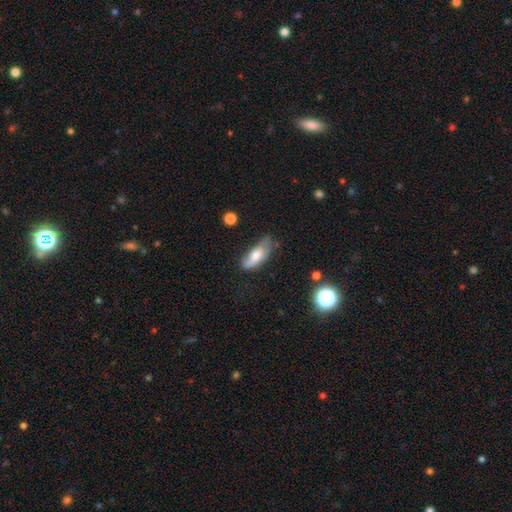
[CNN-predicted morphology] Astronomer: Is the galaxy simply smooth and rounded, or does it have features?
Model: smooth — 66%.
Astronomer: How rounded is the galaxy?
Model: in between — 74%.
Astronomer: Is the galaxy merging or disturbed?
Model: none — 40% (runner-up: minor disturbance, 39%).